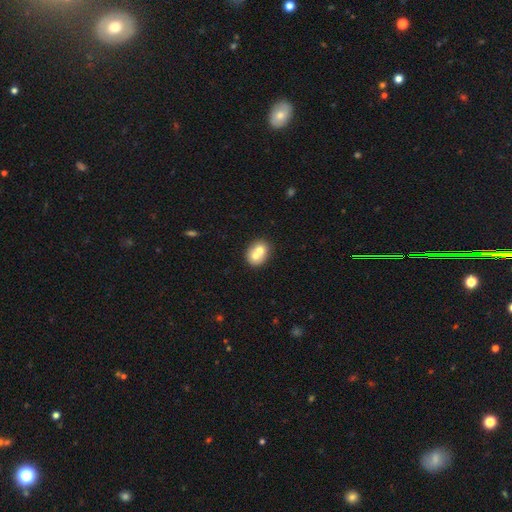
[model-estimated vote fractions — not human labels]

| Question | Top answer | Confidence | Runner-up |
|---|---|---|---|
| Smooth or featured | smooth | 65% | featured or disk (27%) |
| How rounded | round | 54% | in between (45%) |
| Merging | merger | 64% | none (27%) |